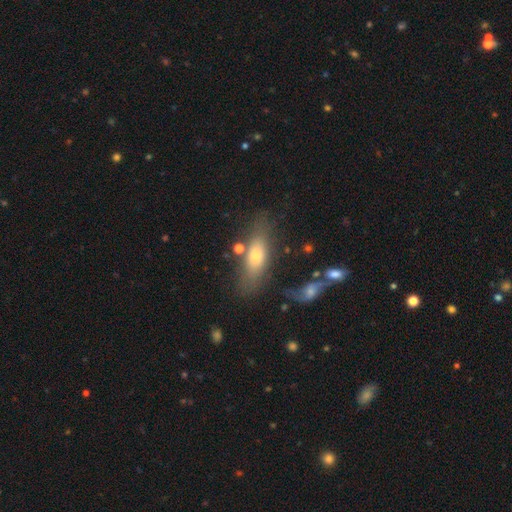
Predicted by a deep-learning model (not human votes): Morphology: type=smooth (60%); roundness=in between (61%); merging=none (66%).